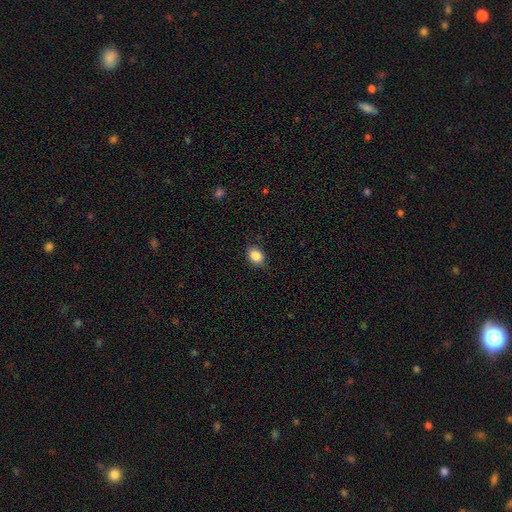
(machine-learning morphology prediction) The model was most divided on "how rounded": in between: 66%, round: 33%, cigar-shaped: 1%. More confident: smooth or featured — smooth (87%); merging — none (79%).